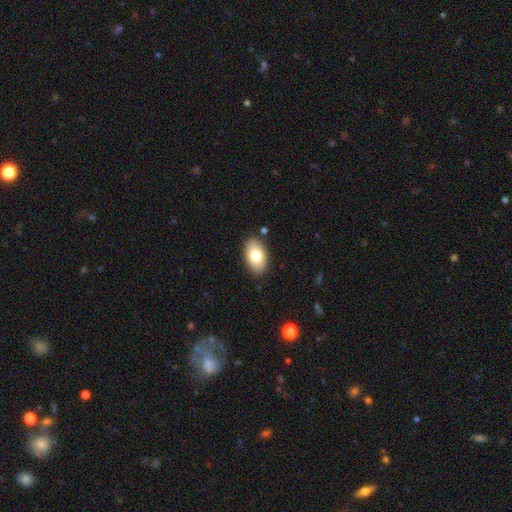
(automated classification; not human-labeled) This is likely a smooth galaxy (78%). How rounded: clearly in between (92%). Merging: clearly none (87%).